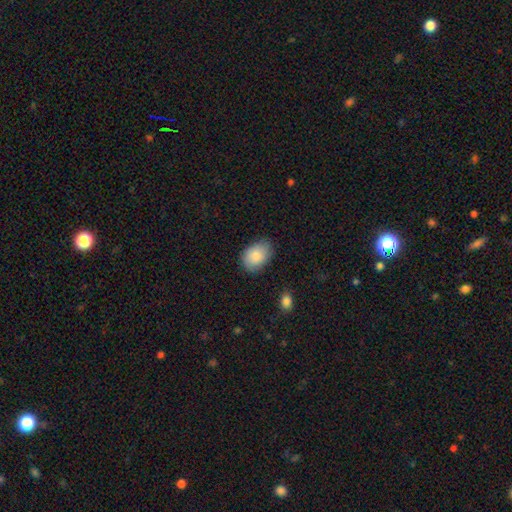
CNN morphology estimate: Smooth or featured?
  - smooth: 86% *
  - featured or disk: 8%
  - star or artifact: 6%
How rounded?
  - in between: 83% *
  - round: 16%
  - cigar-shaped: 1%
Merging?
  - none: 75% *
  - minor disturbance: 20%
  - major disturbance: 4%
  - merger: 1%